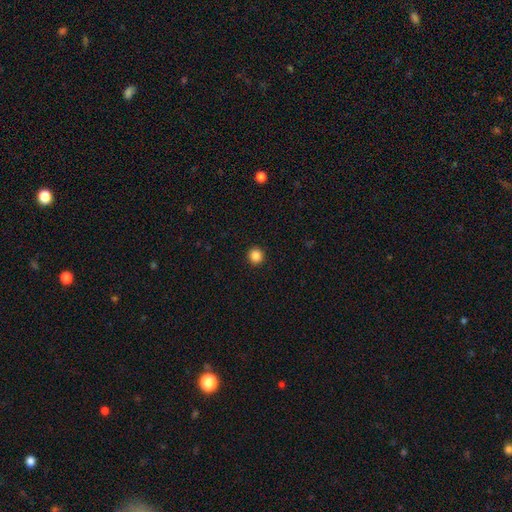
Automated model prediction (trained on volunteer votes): The model was most divided on "smooth or featured": smooth: 86%, star or artifact: 11%, featured or disk: 3%. More confident: how rounded — round (95%); merging — none (93%).